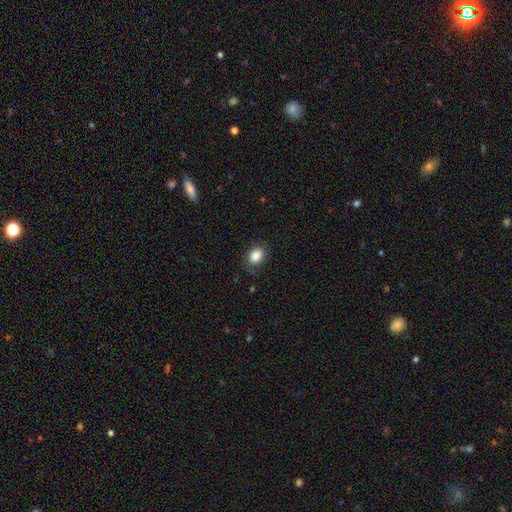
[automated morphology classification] smooth_or_featured: smooth (p=0.87) [alt: star or artifact p=0.09]
how_rounded: in between (p=0.61) [alt: round p=0.38]
merging: none (p=0.80) [alt: minor disturbance p=0.15]